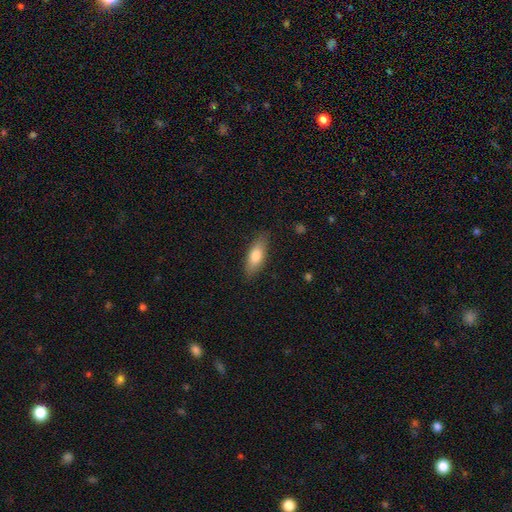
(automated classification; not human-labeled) Smooth or featured?
  - smooth: 77% *
  - featured or disk: 17%
  - star or artifact: 6%
How rounded?
  - in between: 70% *
  - cigar-shaped: 27%
  - round: 3%
Merging?
  - none: 84% *
  - minor disturbance: 12%
  - major disturbance: 3%
  - merger: 1%